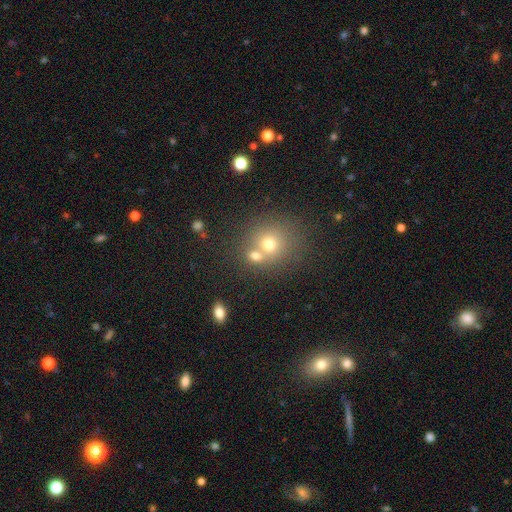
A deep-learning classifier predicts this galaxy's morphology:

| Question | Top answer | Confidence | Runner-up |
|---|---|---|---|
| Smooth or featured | smooth | 69% | star or artifact (16%) |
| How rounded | round | 74% | in between (25%) |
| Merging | merger | 44% | tied: none (44%) |